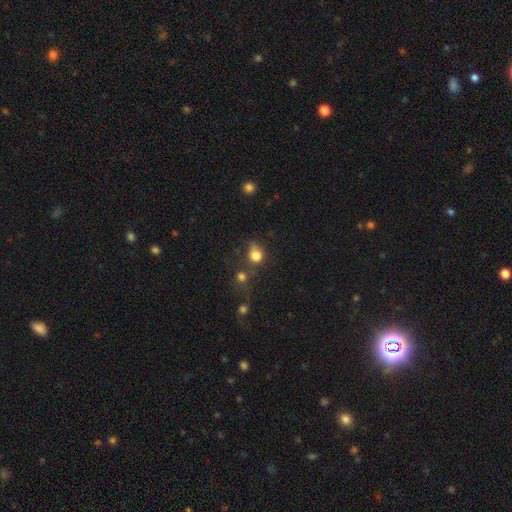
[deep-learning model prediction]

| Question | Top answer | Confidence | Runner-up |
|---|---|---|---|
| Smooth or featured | smooth | 78% | star or artifact (13%) |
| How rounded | round | 72% | in between (27%) |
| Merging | none | 42% | merger (23%) |